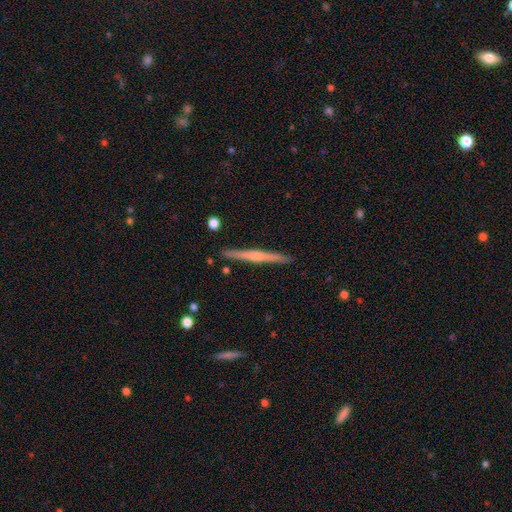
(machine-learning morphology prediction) A featured or disk galaxy (65%) viewed edge-on (98%) with a rounded central bulge (57%). Merging: none (92%).